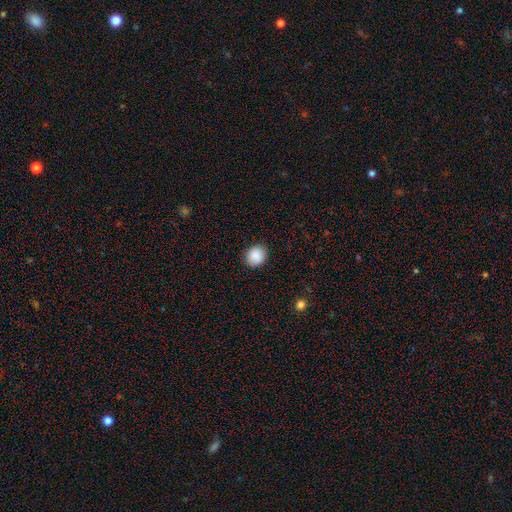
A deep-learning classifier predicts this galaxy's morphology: The model was most divided on "how rounded": round: 77%, in between: 23%, cigar-shaped: 1%. More confident: smooth or featured — smooth (89%); merging — none (88%).